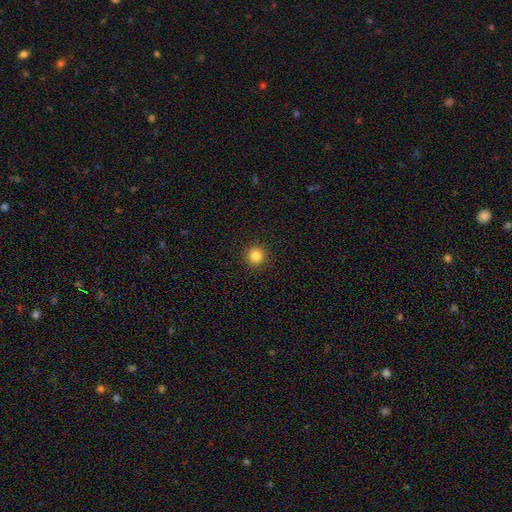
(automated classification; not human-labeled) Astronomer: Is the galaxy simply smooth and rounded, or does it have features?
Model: smooth — 84%.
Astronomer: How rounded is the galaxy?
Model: round — 95%.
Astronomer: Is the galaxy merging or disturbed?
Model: none — 93%.